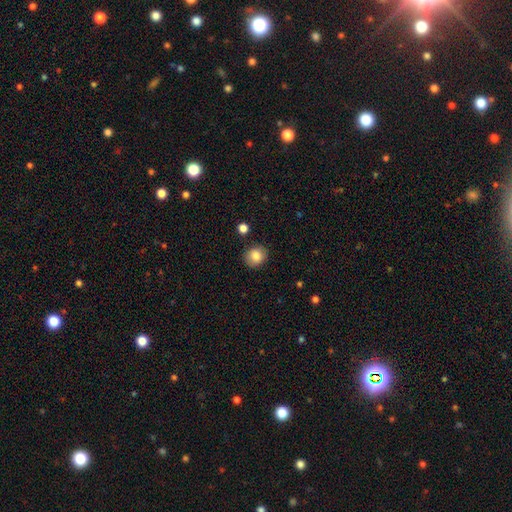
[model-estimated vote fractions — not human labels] The model was most divided on "how rounded": round: 80%, in between: 20%, cigar-shaped: 1%. More confident: merging — none (86%); smooth or featured — smooth (85%).